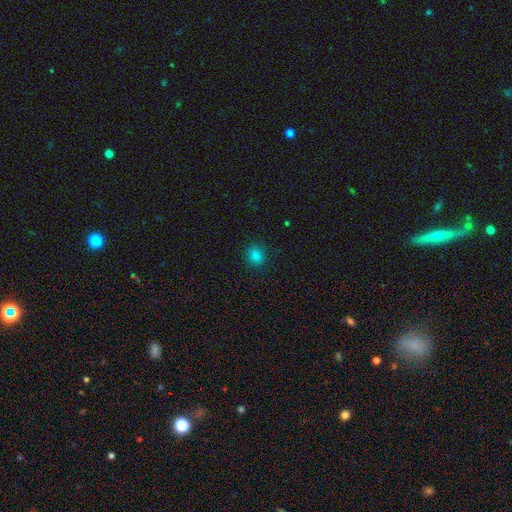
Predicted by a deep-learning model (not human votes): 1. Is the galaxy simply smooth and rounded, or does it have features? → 82% smooth, 14% star or artifact, 3% featured or disk.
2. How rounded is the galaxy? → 71% round, 28% in between, 1% cigar-shaped.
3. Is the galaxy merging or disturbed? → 89% none, 8% minor disturbance, 2% major disturbance, 1% merger.